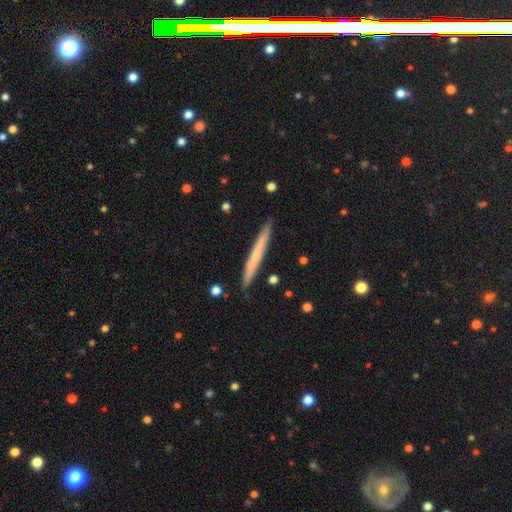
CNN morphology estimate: Smooth or featured: smooth — 49% (featured or disk — 44%)
Merging: none — 89% (minor disturbance — 8%)